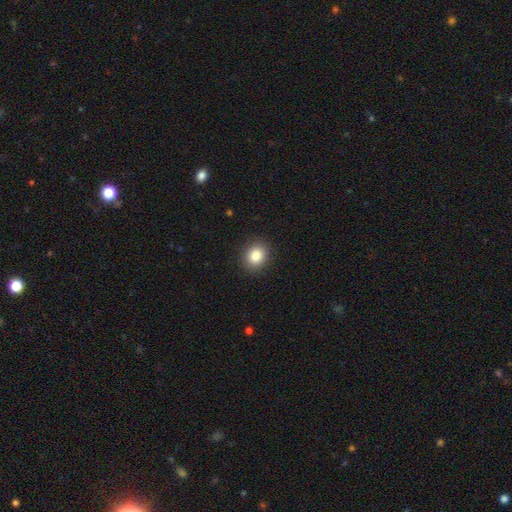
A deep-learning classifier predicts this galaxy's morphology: Smooth or featured?
  - smooth: 85% *
  - star or artifact: 10%
  - featured or disk: 6%
How rounded?
  - round: 73% *
  - in between: 26%
  - cigar-shaped: 1%
Merging?
  - none: 90% *
  - minor disturbance: 7%
  - major disturbance: 2%
  - merger: 1%